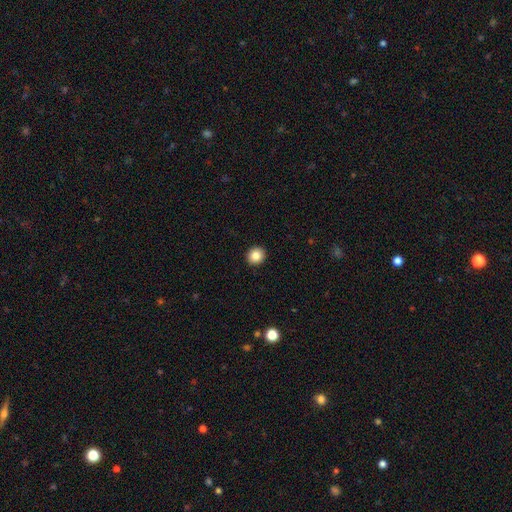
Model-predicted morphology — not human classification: Smooth or featured: smooth — 84% (star or artifact — 10%)
How rounded: round — 90% (in between — 9%)
Merging: none — 94% (minor disturbance — 4%)